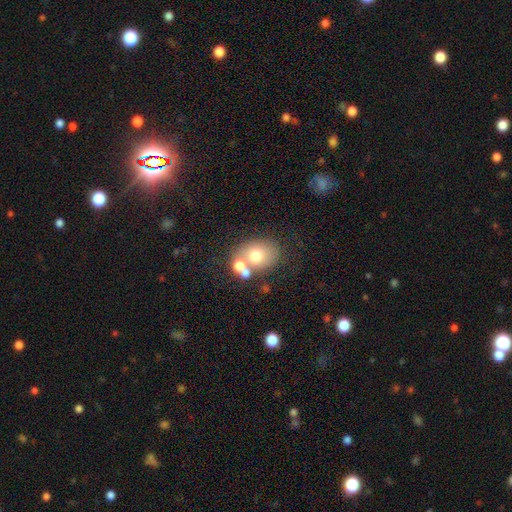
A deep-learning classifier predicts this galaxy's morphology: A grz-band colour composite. It shows a smooth galaxy with no disk features (66%) that is in between round and cigar-shaped (51%). Merging: merger (41%).